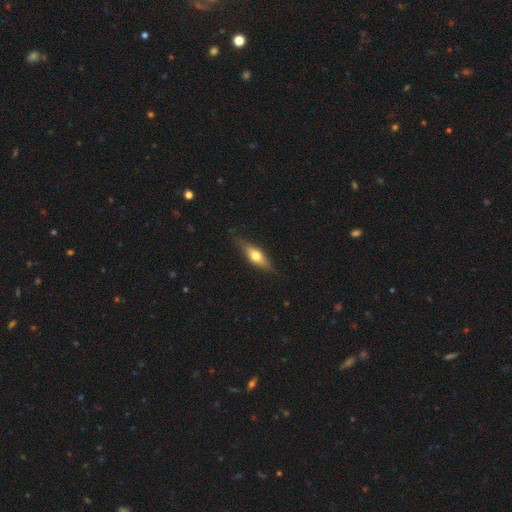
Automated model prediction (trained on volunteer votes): Overall: smooth (50%; featured or disk 44%). Merging: none (80%).